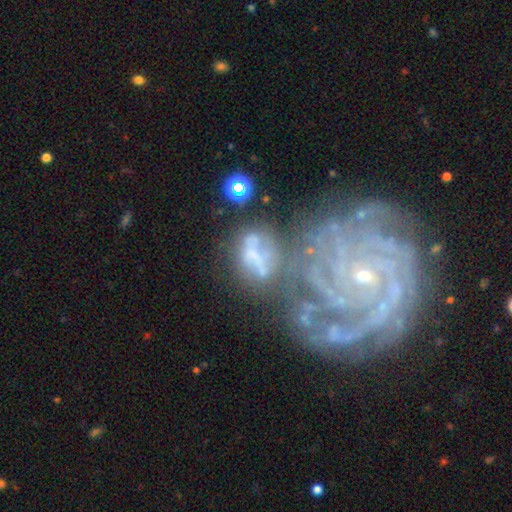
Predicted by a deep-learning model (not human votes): smooth-or-featured: featured or disk: 59% | smooth: 26% | star or artifact: 15%
  disk-edge-on: no: 96% | yes: 4%
    bar: no: 64% | weak: 20% | strong: 15%
    has-spiral-arms: no: 58% | yes: 42%
    bulge-size: none: 51% | small: 21% | moderate: 20% | large: 5% | dominant: 3%
  merging: merger: 36% | none: 25% | major disturbance: 24% | minor disturbance: 15%